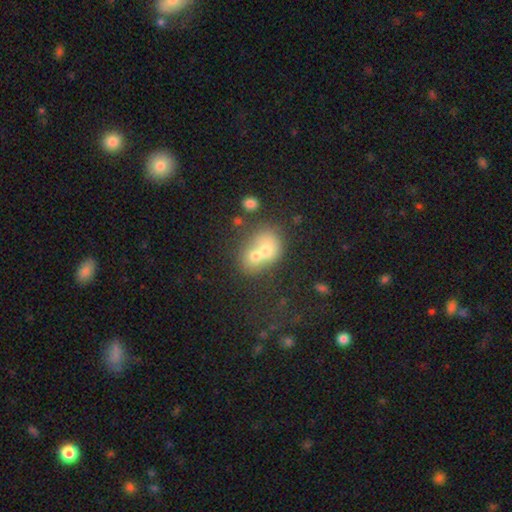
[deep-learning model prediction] Overall: smooth (63%; featured or disk 25%). How rounded: round (54%; in between 44%). Merging: merger (72%).